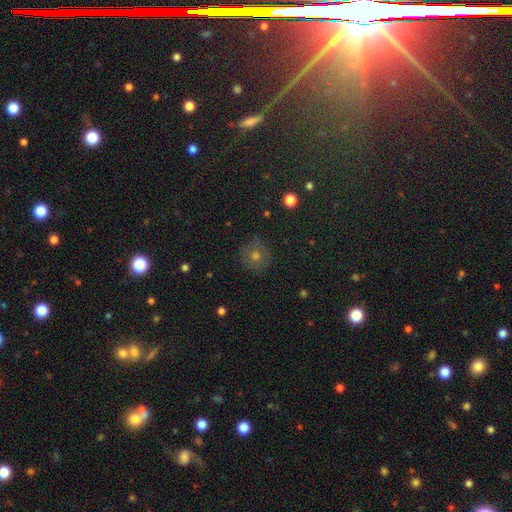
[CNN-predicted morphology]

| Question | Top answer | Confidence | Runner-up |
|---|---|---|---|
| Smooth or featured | smooth | 54% | star or artifact (25%) |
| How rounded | round | 92% | in between (7%) |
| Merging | none | 84% | minor disturbance (11%) |